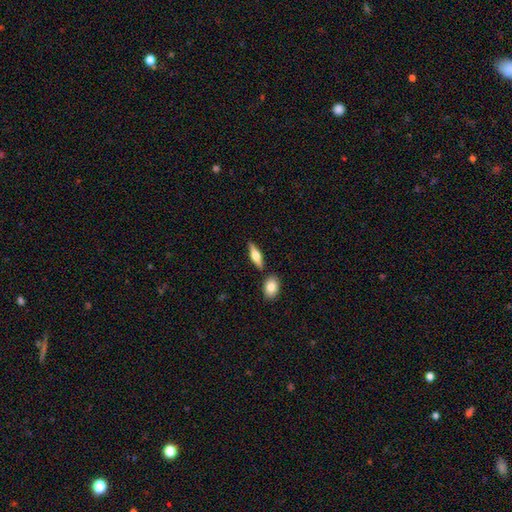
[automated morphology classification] Overall: smooth (54%; featured or disk 40%). How rounded: in between (51%; cigar-shaped 46%). Merging: none (79%).